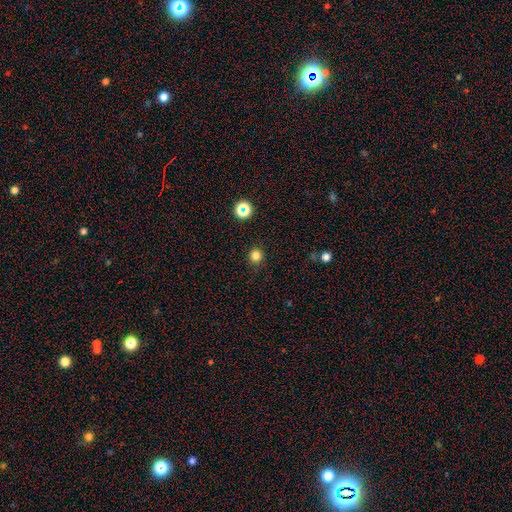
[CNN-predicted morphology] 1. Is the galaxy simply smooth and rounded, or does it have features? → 80% smooth, 15% star or artifact, 4% featured or disk.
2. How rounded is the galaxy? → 88% round, 11% in between, 1% cigar-shaped.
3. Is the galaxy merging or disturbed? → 87% none, 8% minor disturbance, 3% major disturbance, 1% merger.